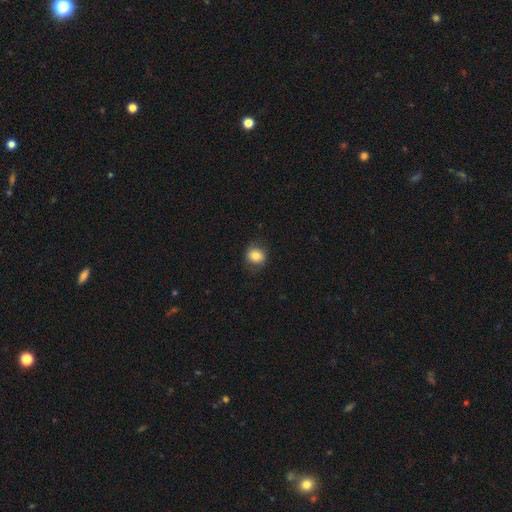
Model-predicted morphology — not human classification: Smooth or featured?
  - smooth: 80% *
  - featured or disk: 10%
  - star or artifact: 10%
How rounded?
  - round: 71% *
  - in between: 28%
  - cigar-shaped: 1%
Merging?
  - none: 82% *
  - minor disturbance: 13%
  - major disturbance: 4%
  - merger: 1%